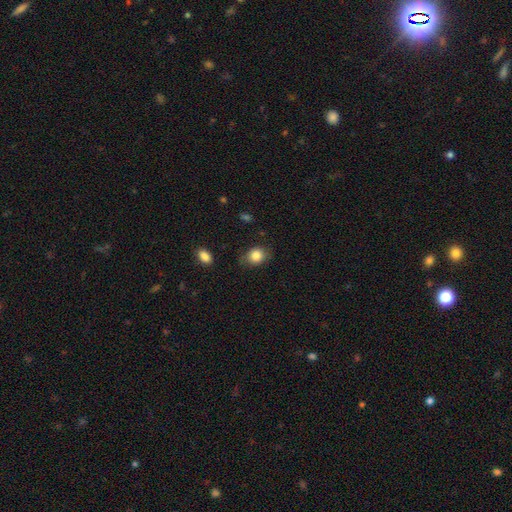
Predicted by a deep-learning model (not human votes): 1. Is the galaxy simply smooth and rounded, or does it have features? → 85% smooth, 9% star or artifact, 6% featured or disk.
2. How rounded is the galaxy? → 54% round, 45% in between, 1% cigar-shaped.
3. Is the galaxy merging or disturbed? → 76% none, 18% minor disturbance, 4% major disturbance, 2% merger.